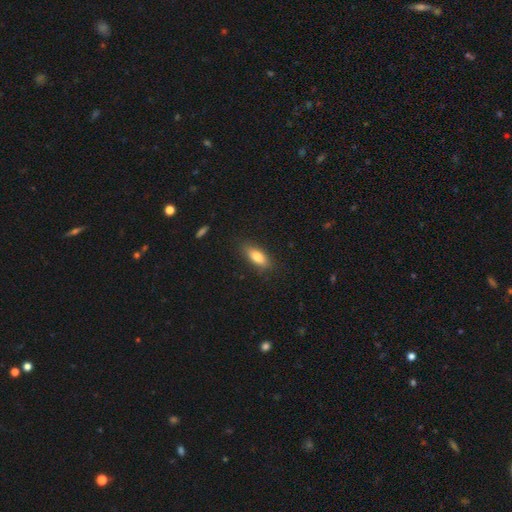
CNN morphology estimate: The model was most divided on "how rounded": in between: 74%, cigar-shaped: 23%, round: 3%. More confident: merging — none (84%); smooth or featured — smooth (80%).